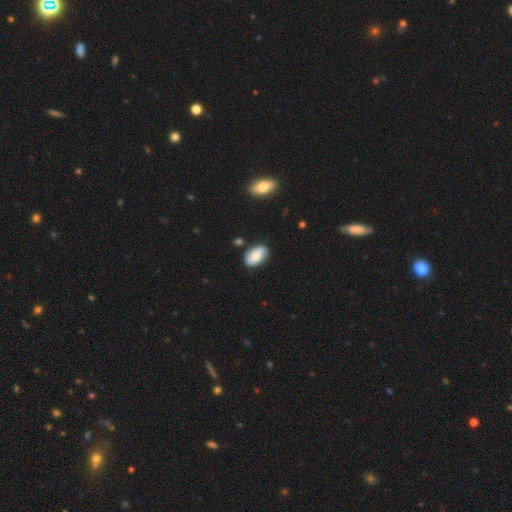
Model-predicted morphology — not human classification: Smooth or featured? smooth (64%)
How rounded? in between (91%)
Merging? none (77%)